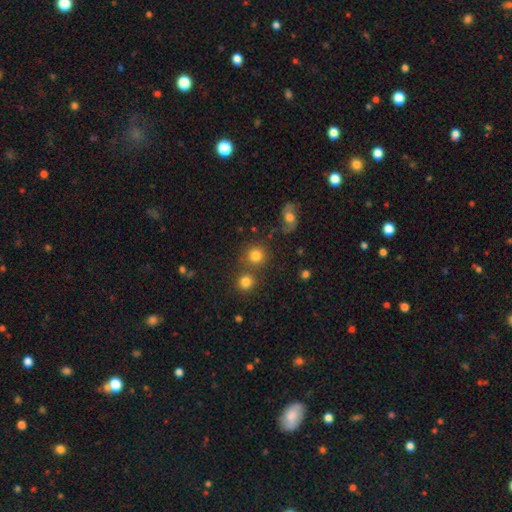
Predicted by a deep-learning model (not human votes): This appears to be a smooth galaxy with no disk features (80%) that is round (90%). Merging: none (71%).